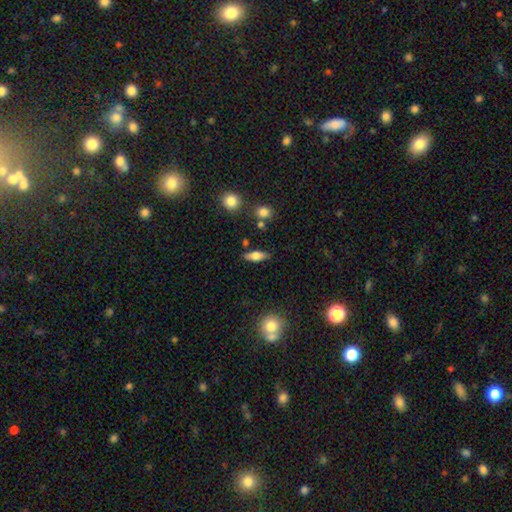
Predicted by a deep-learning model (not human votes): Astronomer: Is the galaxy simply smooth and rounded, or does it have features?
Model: smooth — 65%.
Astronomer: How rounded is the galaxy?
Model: in between — 71%.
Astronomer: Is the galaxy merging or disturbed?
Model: none — 81%.